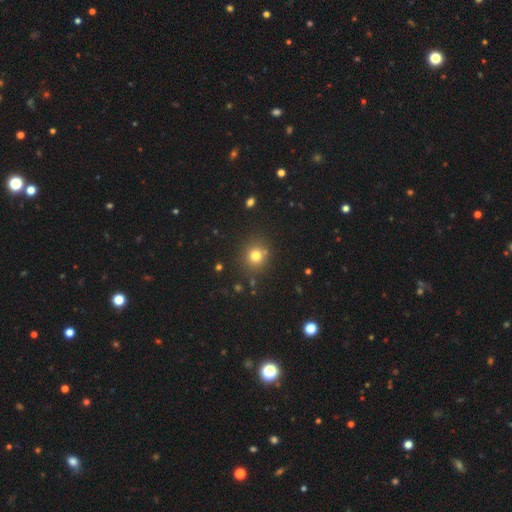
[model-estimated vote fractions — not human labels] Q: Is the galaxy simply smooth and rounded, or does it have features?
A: smooth — 76%.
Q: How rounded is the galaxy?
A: round — 89%.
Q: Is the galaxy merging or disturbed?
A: none — 82%.